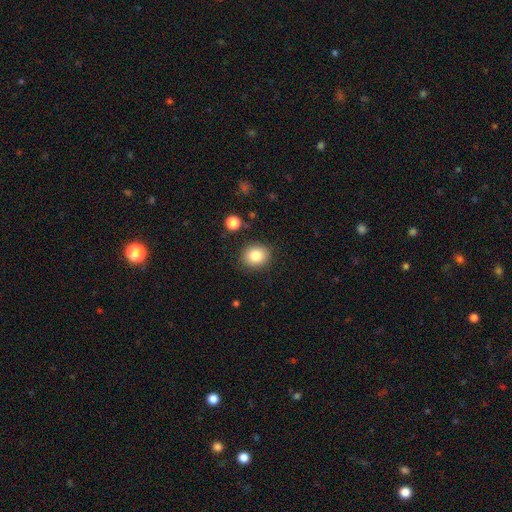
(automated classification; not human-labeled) smooth 83%, star or artifact 10%, featured or disk 7%. Down the decision tree: how rounded — round (73%); merging — none (86%).